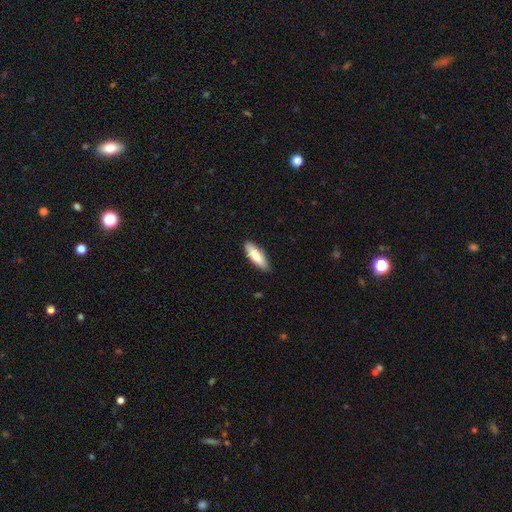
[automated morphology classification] type=smooth (76%); roundness=in between (55%); merging=none (87%).